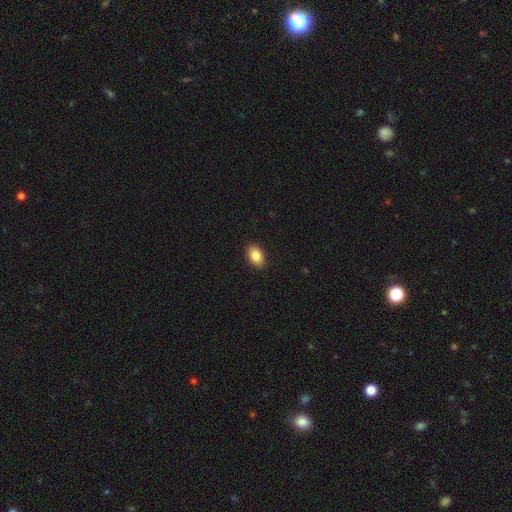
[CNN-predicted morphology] This appears to be a smooth galaxy with no disk features (86%) that is in between round and cigar-shaped (87%). Merging: none (89%).